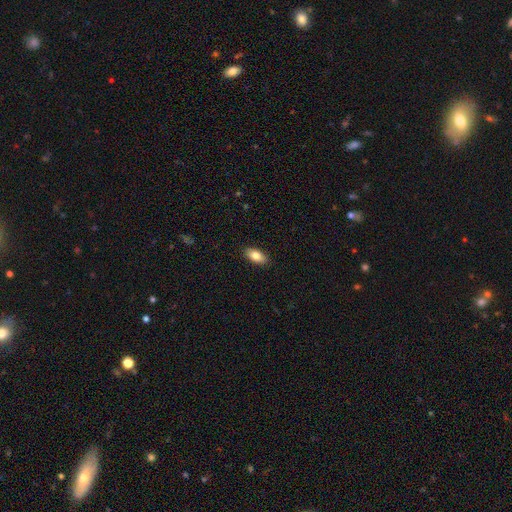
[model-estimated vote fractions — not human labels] Smooth or featured? smooth (82%)
How rounded? in between (91%)
Merging? none (89%)